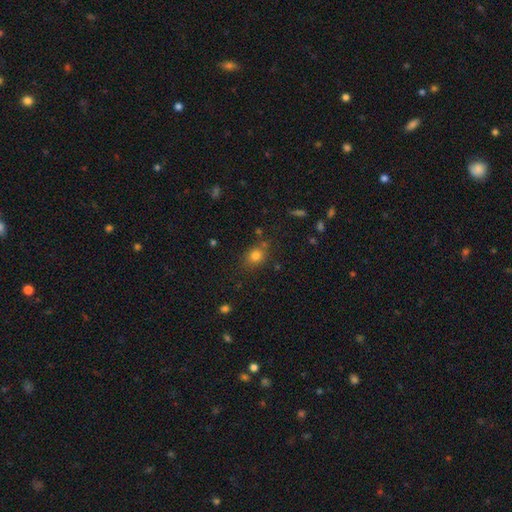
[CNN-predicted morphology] A smooth galaxy with no disk features (78%) that is round (56%). Merging: none (73%).